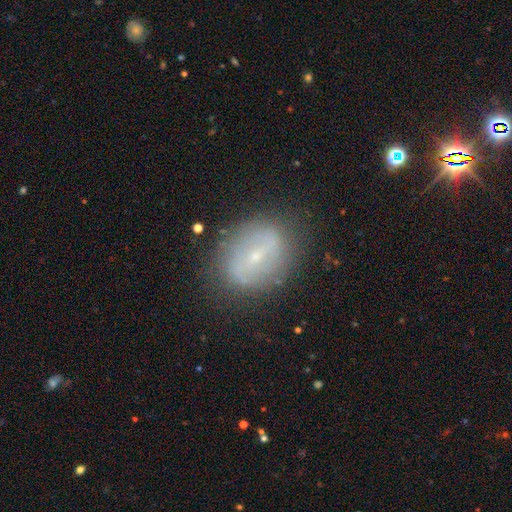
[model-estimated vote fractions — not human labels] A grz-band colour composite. It shows a featured or disk galaxy (65%) with a weak bar (43%), spiral arms (58%) and a small central bulge (79%). Merging: none (81%).